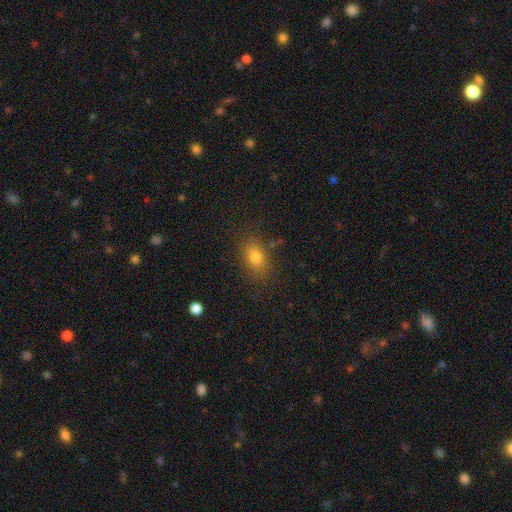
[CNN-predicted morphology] Smooth or featured? smooth (75%)
How rounded? in between (71%)
Merging? none (84%)